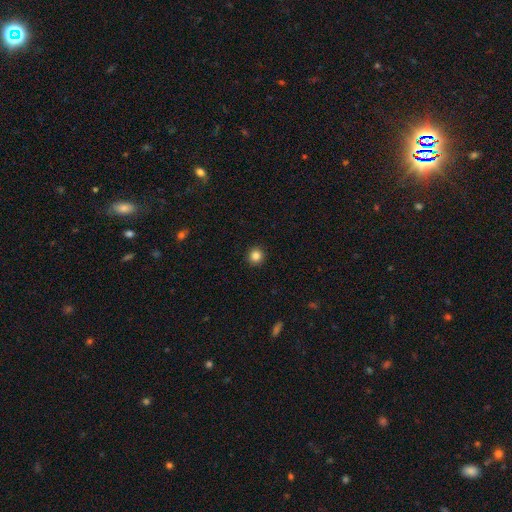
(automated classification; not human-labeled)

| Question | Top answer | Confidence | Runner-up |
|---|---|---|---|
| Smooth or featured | smooth | 85% | star or artifact (11%) |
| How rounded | round | 95% | in between (4%) |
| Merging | none | 93% | minor disturbance (4%) |